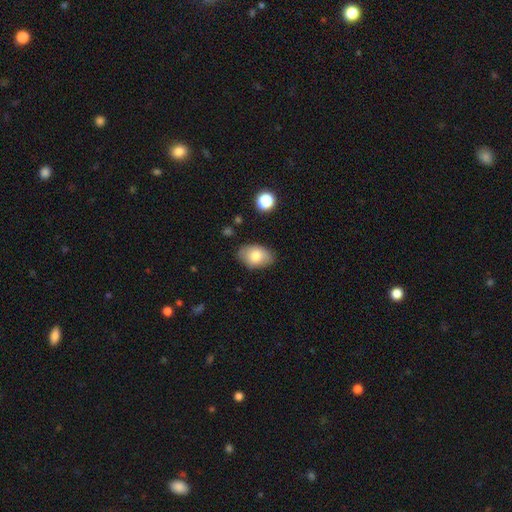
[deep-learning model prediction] smooth_or_featured: smooth (p=0.77) [alt: featured or disk p=0.16]
how_rounded: in between (p=0.86) [alt: round p=0.13]
merging: none (p=0.76) [alt: minor disturbance p=0.19]